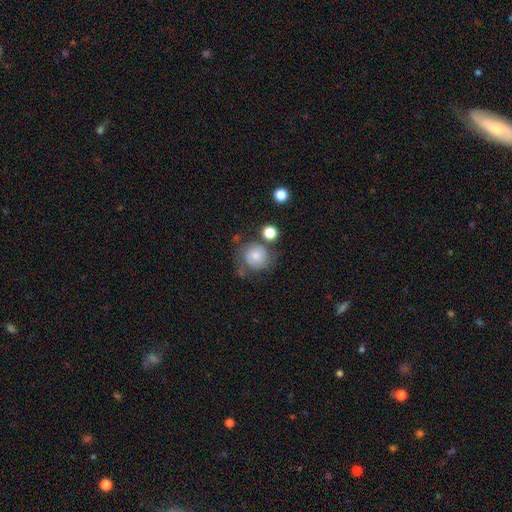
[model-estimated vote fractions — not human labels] Smooth or featured: smooth — 58% (featured or disk — 32%)
How rounded: round — 87% (in between — 12%)
Merging: none — 58% (minor disturbance — 21%)